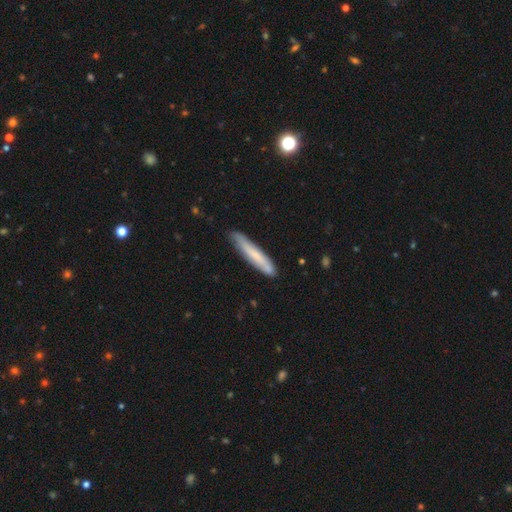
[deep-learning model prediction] This appears to be a smooth galaxy with no disk features (65%) that is cigar-shaped (92%). Merging: none (80%).